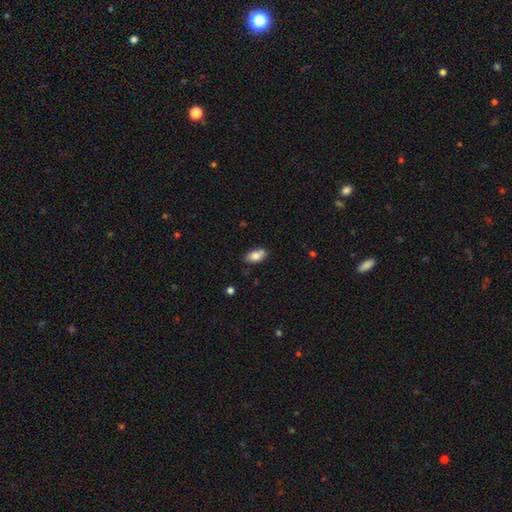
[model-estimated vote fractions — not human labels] Smooth or featured? Predicted: smooth (p=0.79). How rounded? Predicted: in between (p=0.91). Merging? Predicted: none (p=0.65).